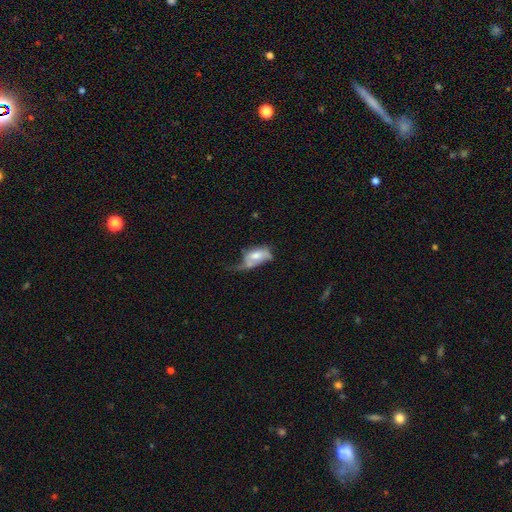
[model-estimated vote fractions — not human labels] smooth 54%, featured or disk 38%, star or artifact 8%. Down the decision tree: how rounded — in between (89%); merging — major disturbance (43%).